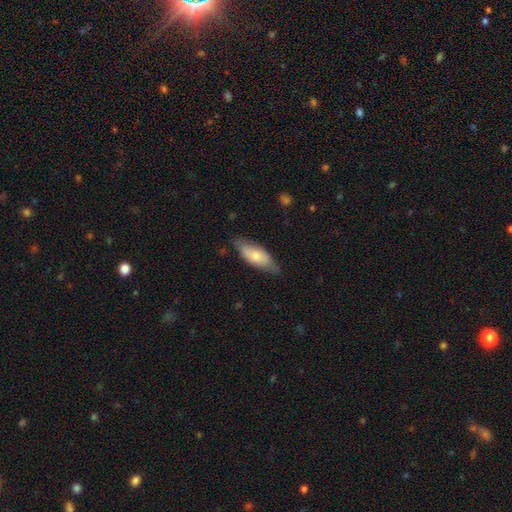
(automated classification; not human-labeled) This appears to be a smooth galaxy with no disk features (68%) that is in between round and cigar-shaped (76%). Merging: none (72%).